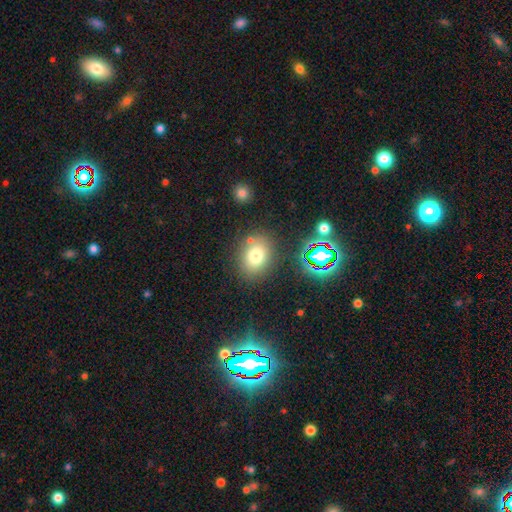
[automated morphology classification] Overall: smooth (74%). How rounded: in between (50%; round 49%). Merging: none (78%).